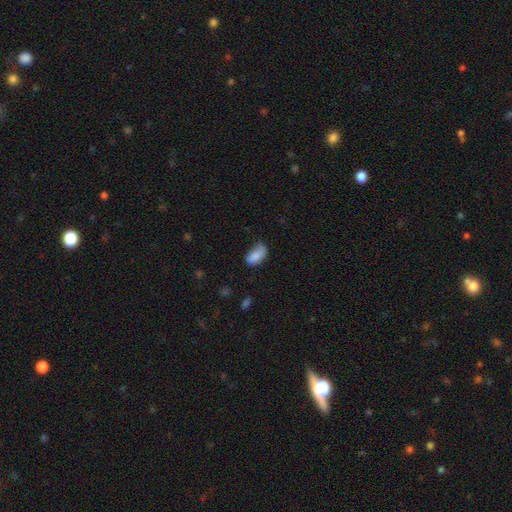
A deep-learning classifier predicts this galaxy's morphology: Smooth or featured? smooth (84%)
How rounded? in between (93%)
Merging? none (48%)